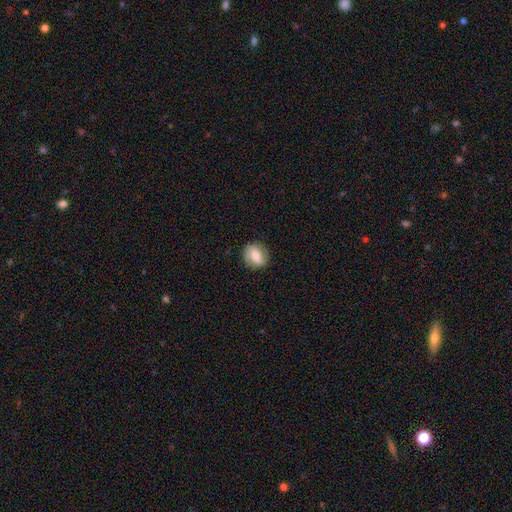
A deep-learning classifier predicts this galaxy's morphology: This appears to be a smooth galaxy with no disk features (48%). Merging: none (83%).